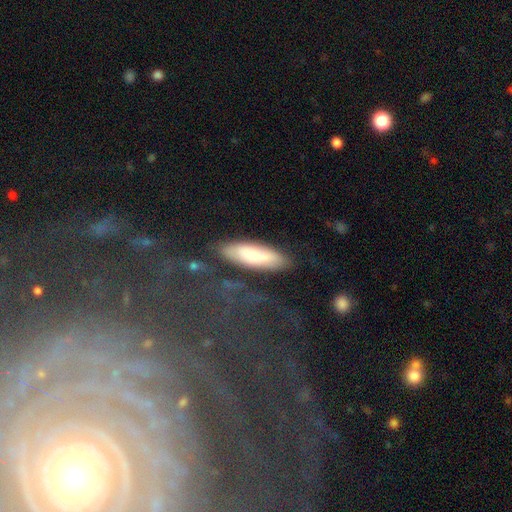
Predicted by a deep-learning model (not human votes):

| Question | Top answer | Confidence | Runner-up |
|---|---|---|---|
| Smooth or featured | smooth | 65% | featured or disk (27%) |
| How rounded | cigar-shaped | 56% | in between (42%) |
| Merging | none | 75% | minor disturbance (16%) |